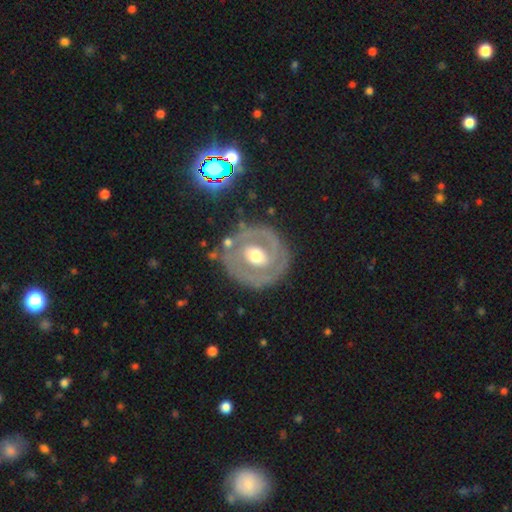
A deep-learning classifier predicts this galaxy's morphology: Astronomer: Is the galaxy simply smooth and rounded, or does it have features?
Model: featured or disk — 74%.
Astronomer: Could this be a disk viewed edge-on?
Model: no — 96%.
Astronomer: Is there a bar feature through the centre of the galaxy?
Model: no — 50% (runner-up: weak, 33%).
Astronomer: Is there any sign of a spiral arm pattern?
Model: yes — 56% (runner-up: no, 44%).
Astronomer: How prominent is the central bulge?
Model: moderate — 71%.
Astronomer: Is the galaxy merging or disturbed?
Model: none — 73%.